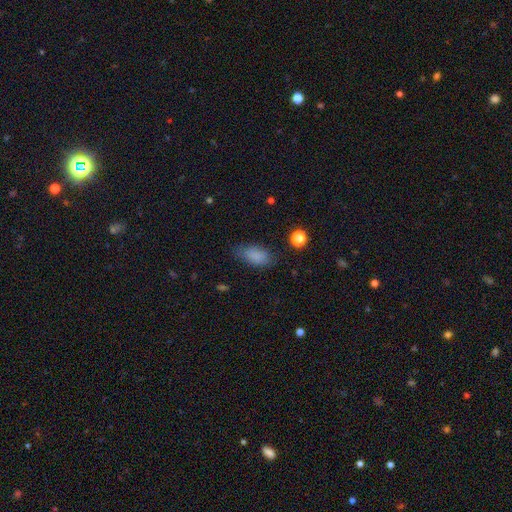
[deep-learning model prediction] The model was most divided on "merging": none: 73%, minor disturbance: 20%, major disturbance: 5%, merger: 2%. More confident: how rounded — in between (90%); smooth or featured — smooth (85%).